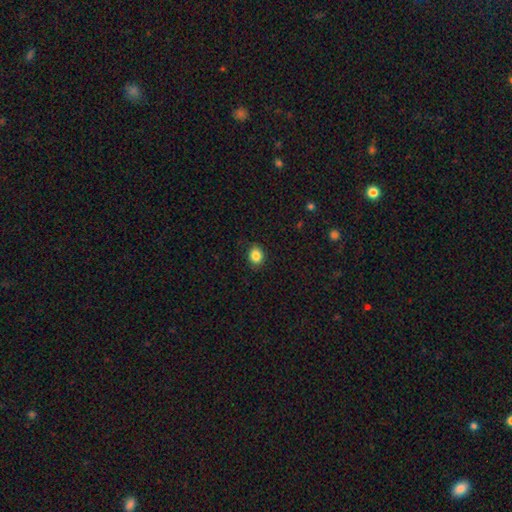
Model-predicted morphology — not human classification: This is clearly a smooth galaxy (86%). How rounded: possibly in between (51%). Merging: clearly none (88%).